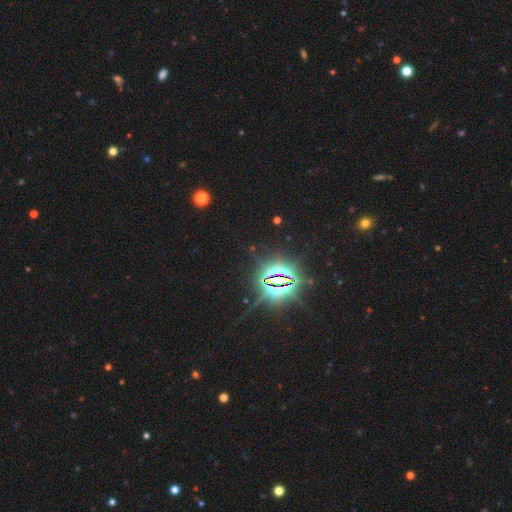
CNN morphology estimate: smooth-or-featured: star or artifact: 87% | smooth: 8% | featured or disk: 6%